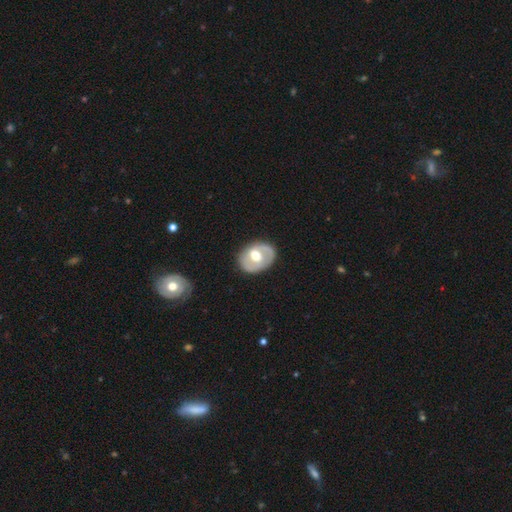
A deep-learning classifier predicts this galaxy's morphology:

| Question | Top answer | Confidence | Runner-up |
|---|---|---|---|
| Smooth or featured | featured or disk | 57% | smooth (37%) |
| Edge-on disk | no | 95% | yes (5%) |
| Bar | no | 51% | weak (36%) |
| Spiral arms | no | 58% | yes (42%) |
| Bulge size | moderate | 72% | large (20%) |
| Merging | none | 76% | minor disturbance (17%) |